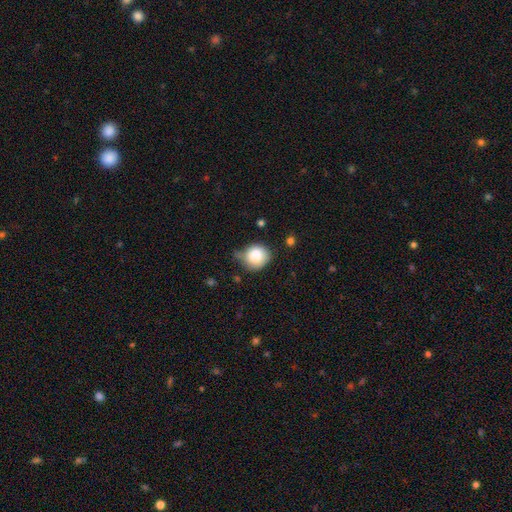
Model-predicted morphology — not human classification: This is clearly a smooth galaxy (82%). How rounded: clearly round (84%). Merging: possibly none (54%).